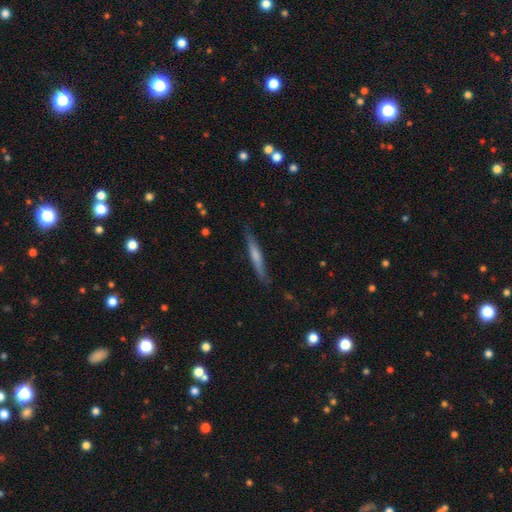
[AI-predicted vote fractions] Smooth or featured: smooth — 52% (featured or disk — 43%)
How rounded: cigar-shaped — 94% (in between — 4%)
Merging: none — 84% (minor disturbance — 12%)